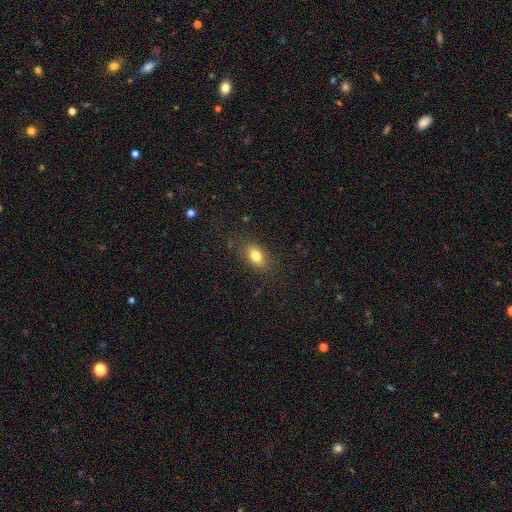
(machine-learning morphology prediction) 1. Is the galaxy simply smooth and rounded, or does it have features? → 81% smooth, 10% star or artifact, 9% featured or disk.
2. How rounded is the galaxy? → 85% in between, 11% round, 4% cigar-shaped.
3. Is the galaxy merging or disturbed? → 83% none, 12% minor disturbance, 4% major disturbance, 1% merger.